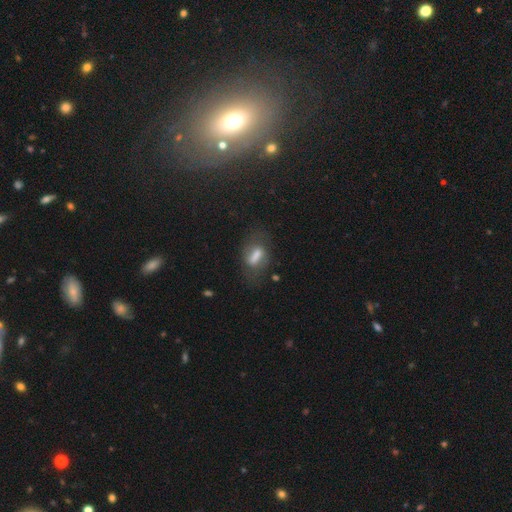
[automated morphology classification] Q: Smooth or featured?
A: smooth (56%); runner-up: featured or disk (32%)
Q: How rounded?
A: in between (63%); runner-up: cigar-shaped (29%)
Q: Merging?
A: none (58%); runner-up: minor disturbance (22%)